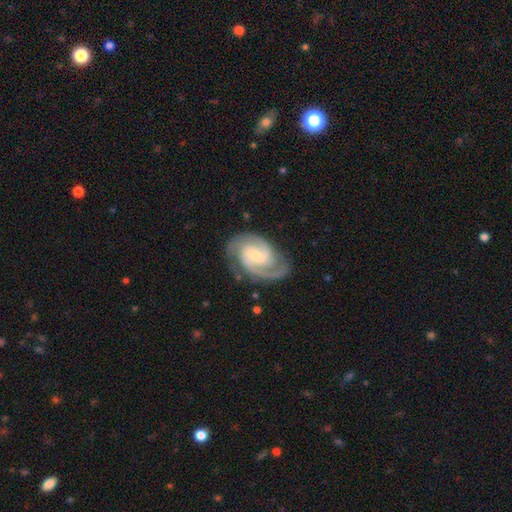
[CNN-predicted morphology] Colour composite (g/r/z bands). It shows a featured or disk galaxy (91%) with a weak bar (54%), 2 (59%) tight (48%) spiral arms (98%) and a small central bulge (60%). Merging: none (76%).